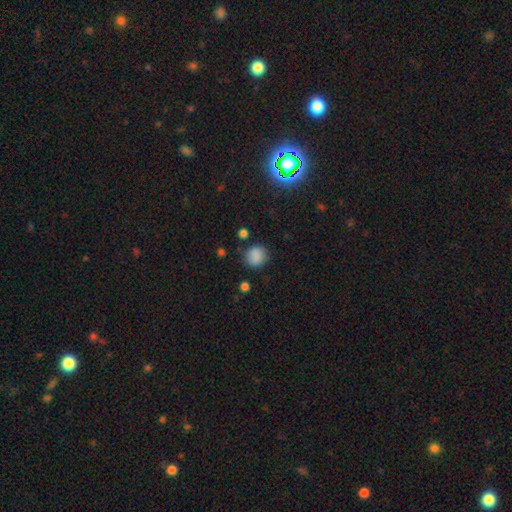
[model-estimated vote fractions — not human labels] A smooth galaxy with no disk features (85%) that is round (84%).

Vote fractions:
- Smooth or featured? smooth: 85% / star or artifact: 11% / featured or disk: 4%
- How rounded? round: 84% / in between: 15% / cigar-shaped: 1%
- Merging? none: 81% / minor disturbance: 12% / major disturbance: 4% / merger: 3%